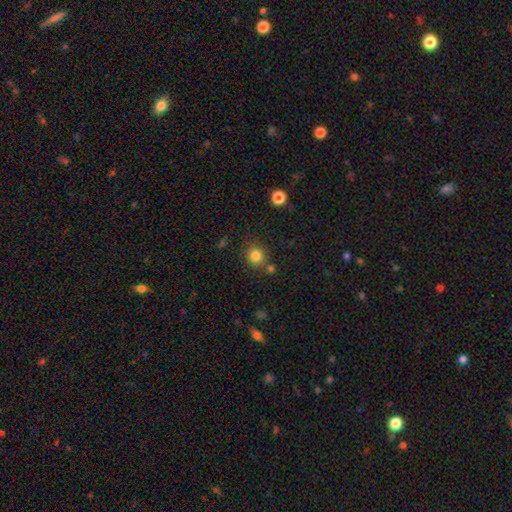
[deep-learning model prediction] Smooth or featured?
  - smooth: 82% *
  - star or artifact: 13%
  - featured or disk: 5%
How rounded?
  - round: 87% *
  - in between: 12%
  - cigar-shaped: 1%
Merging?
  - none: 79% *
  - minor disturbance: 9%
  - merger: 9%
  - major disturbance: 3%